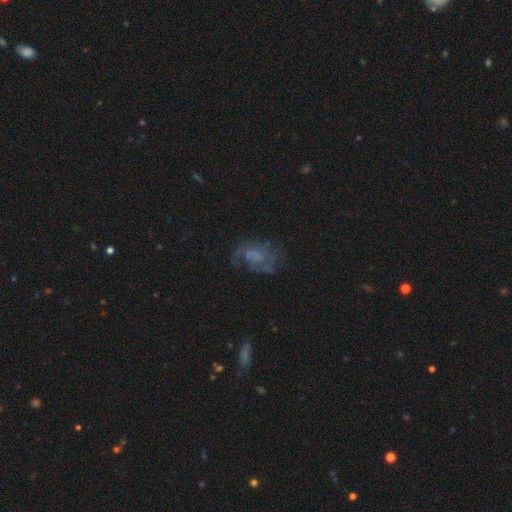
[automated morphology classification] type=featured or disk (58%); edge-on=no (97%); bar=no (76%); spiral arms=yes (58%); bulge=none (58%); merging=none (46%).